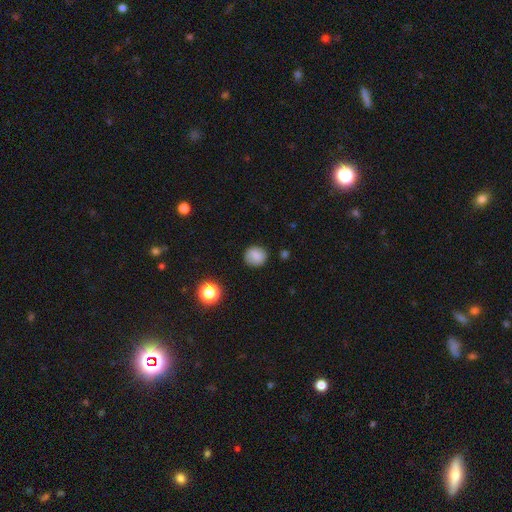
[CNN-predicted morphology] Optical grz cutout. It shows a smooth galaxy with no disk features (82%) that is round (81%). Merging: none (85%).